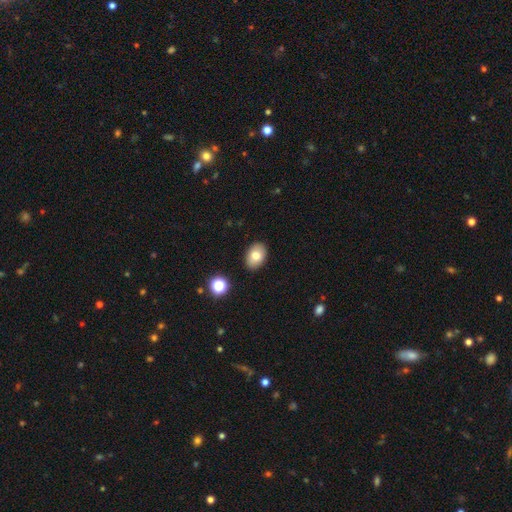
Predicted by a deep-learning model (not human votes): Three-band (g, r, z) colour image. It shows a smooth galaxy with no disk features (79%) that is in between round and cigar-shaped (82%). Merging: none (88%).